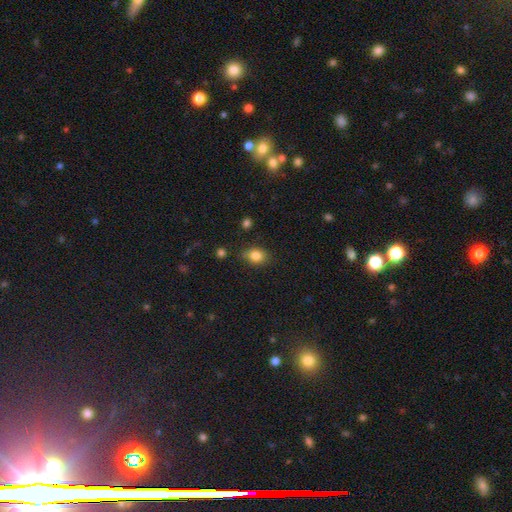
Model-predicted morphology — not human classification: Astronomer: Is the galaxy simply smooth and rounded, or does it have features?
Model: smooth — 83%.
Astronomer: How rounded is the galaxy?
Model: in between — 56% (runner-up: round, 42%).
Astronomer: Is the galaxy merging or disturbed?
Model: none — 78%.